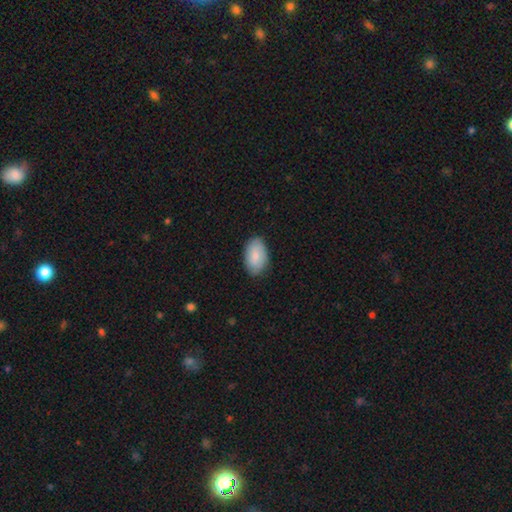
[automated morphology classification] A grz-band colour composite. It shows a smooth galaxy with no disk features (81%) that is in between round and cigar-shaped (93%). Merging: none (82%).